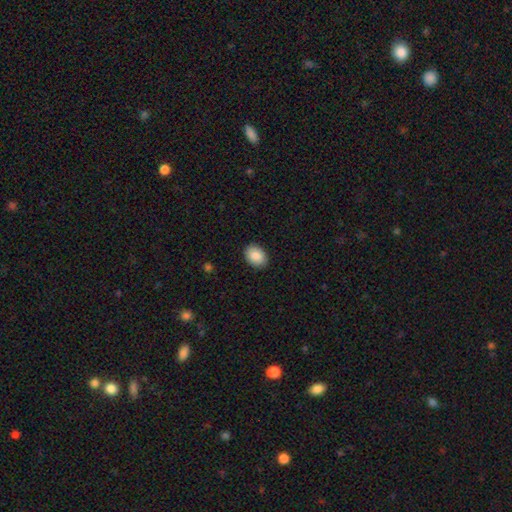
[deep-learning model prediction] This is clearly a smooth galaxy (88%). How rounded: likely in between (73%). Merging: clearly none (89%).